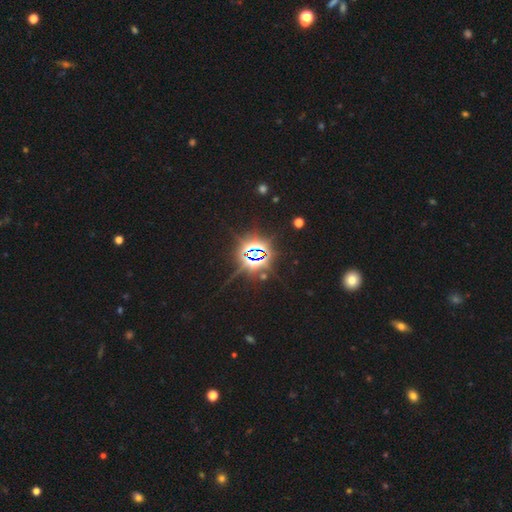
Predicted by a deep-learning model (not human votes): Smooth or featured? Predicted: star or artifact (p=0.85).